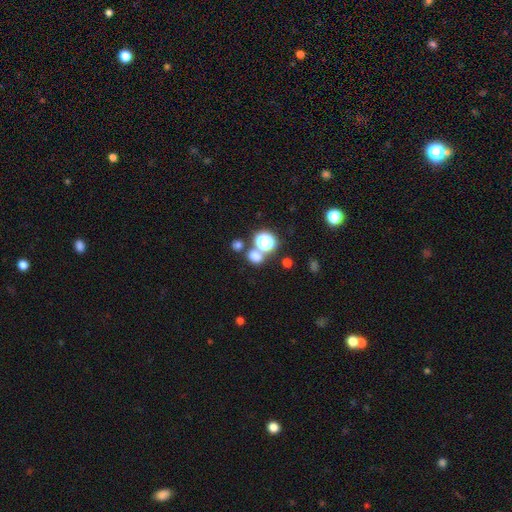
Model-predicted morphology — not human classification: smooth-or-featured: smooth: 68% | star or artifact: 25% | featured or disk: 7%
  how-rounded: round: 70% | in between: 29% | cigar-shaped: 1%
  merging: none: 62% | merger: 25% | minor disturbance: 8% | major disturbance: 4%